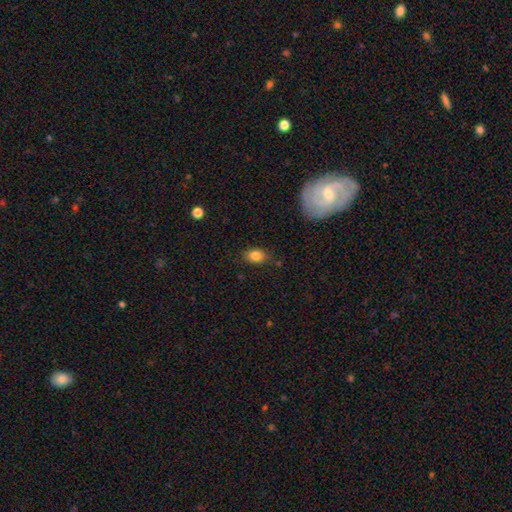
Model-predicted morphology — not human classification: Smooth or featured? Predicted: smooth (p=0.83). How rounded? Predicted: in between (p=0.76). Merging? Predicted: none (p=0.79).